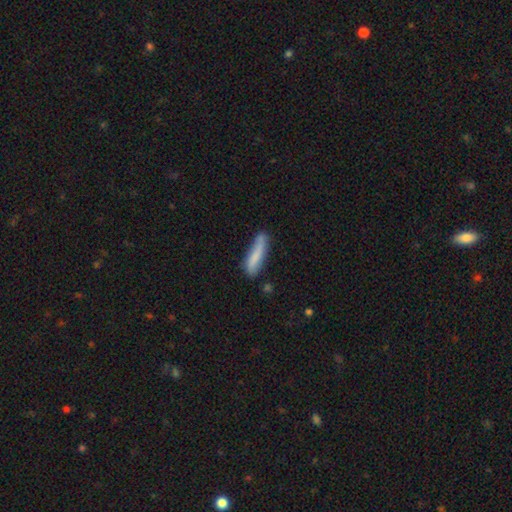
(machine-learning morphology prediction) smooth-or-featured: smooth: 76% | featured or disk: 17% | star or artifact: 6%
  how-rounded: cigar-shaped: 79% | in between: 19% | round: 2%
  merging: none: 64% | minor disturbance: 26% | major disturbance: 6% | merger: 5%